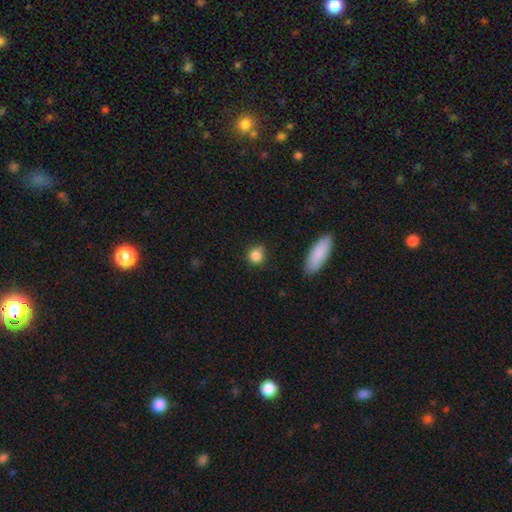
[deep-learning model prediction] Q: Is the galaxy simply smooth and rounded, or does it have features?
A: smooth — 84%.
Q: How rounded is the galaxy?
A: round — 82%.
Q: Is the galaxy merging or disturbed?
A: none — 67%.